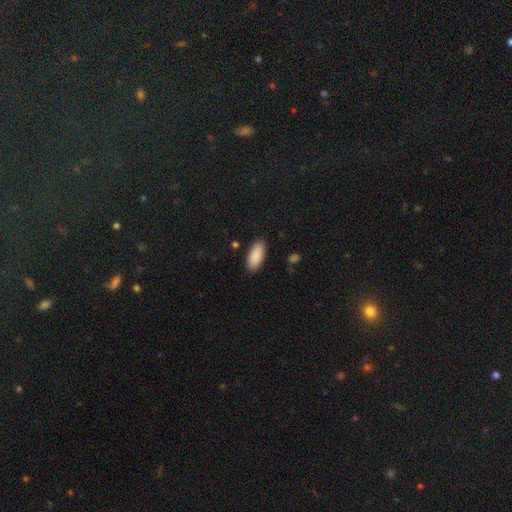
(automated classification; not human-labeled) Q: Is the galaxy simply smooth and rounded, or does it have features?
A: smooth — 91%.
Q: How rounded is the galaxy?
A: in between — 88%.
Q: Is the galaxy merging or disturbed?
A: none — 88%.